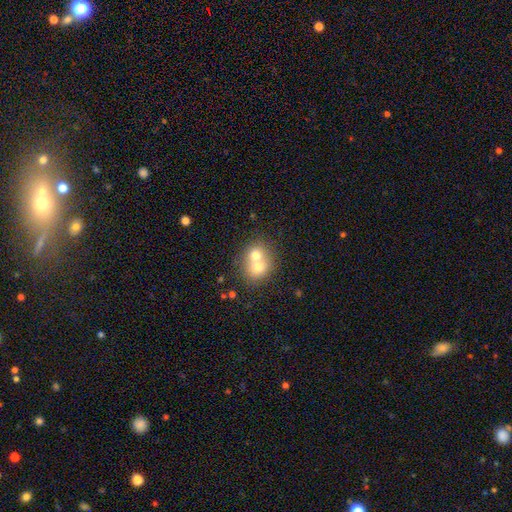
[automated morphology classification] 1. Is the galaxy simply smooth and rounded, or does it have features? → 67% smooth, 23% featured or disk, 10% star or artifact.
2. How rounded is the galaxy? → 71% round, 28% in between, 1% cigar-shaped.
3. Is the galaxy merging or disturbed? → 69% merger, 24% none, 5% minor disturbance, 2% major disturbance.